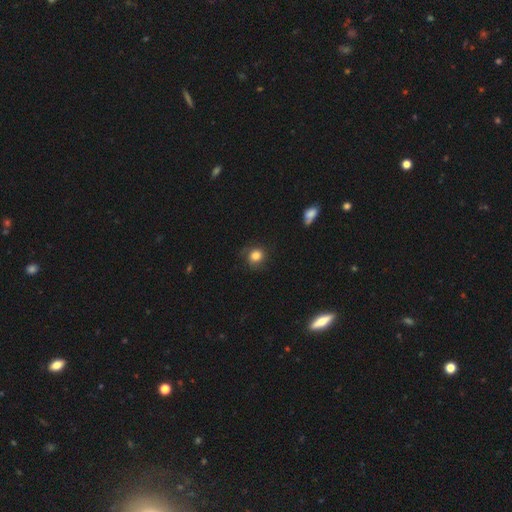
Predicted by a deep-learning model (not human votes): Smooth or featured?
  - smooth: 80% *
  - featured or disk: 11%
  - star or artifact: 10%
How rounded?
  - round: 83% *
  - in between: 16%
  - cigar-shaped: 1%
Merging?
  - none: 70% *
  - minor disturbance: 20%
  - major disturbance: 9%
  - merger: 2%